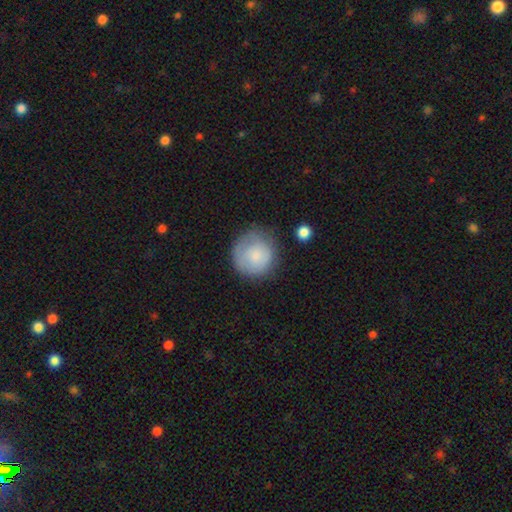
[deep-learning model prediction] Smooth or featured: smooth — 71% (featured or disk — 22%)
How rounded: round — 92% (in between — 7%)
Merging: none — 66% (minor disturbance — 23%)